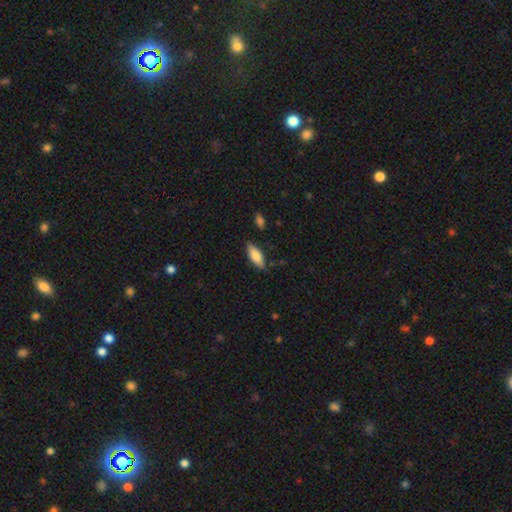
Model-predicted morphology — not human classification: The model was most divided on "how rounded": in between: 72%, cigar-shaped: 26%, round: 2%. More confident: merging — none (80%); smooth or featured — smooth (75%).